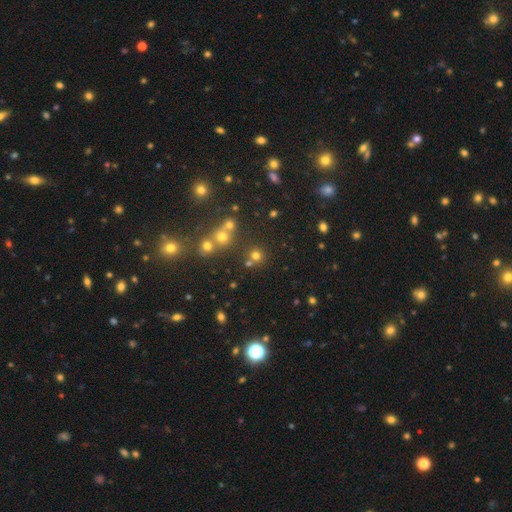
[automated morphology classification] Smooth or featured: smooth — 68% (star or artifact — 24%)
How rounded: round — 91% (in between — 8%)
Merging: none — 74% (merger — 15%)